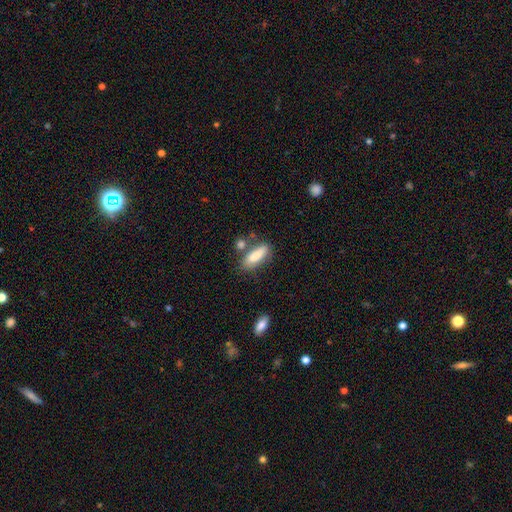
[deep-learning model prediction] smooth-or-featured: smooth: 80% | featured or disk: 13% | star or artifact: 7%
  how-rounded: in between: 60% | cigar-shaped: 37% | round: 3%
  merging: none: 63% | minor disturbance: 18% | merger: 14% | major disturbance: 6%